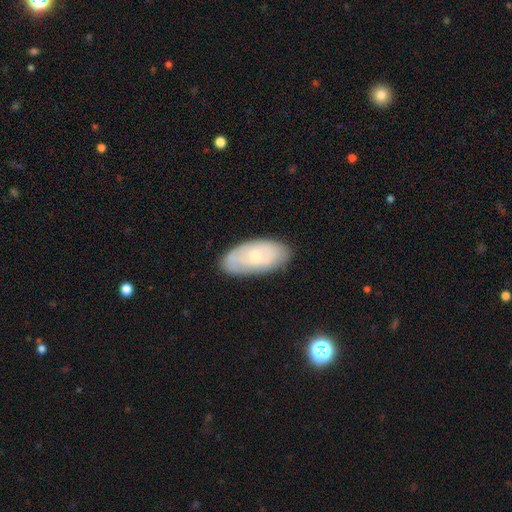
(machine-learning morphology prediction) The model was most divided on "smooth or featured": smooth: 49%, featured or disk: 44%, star or artifact: 7%. More confident: merging — none (80%).